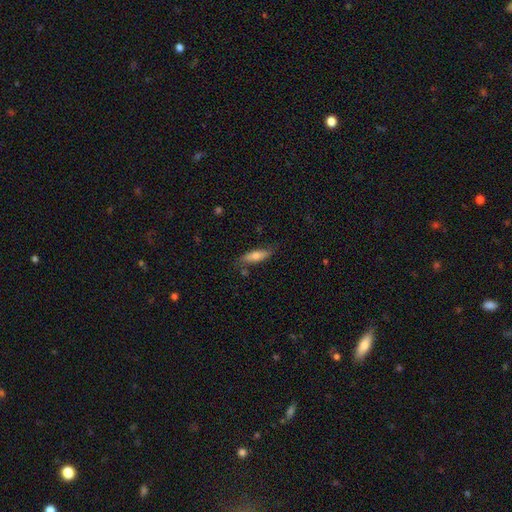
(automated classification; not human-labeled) This is likely a smooth galaxy (69%). How rounded: possibly cigar-shaped (57%). Merging: likely none (74%).